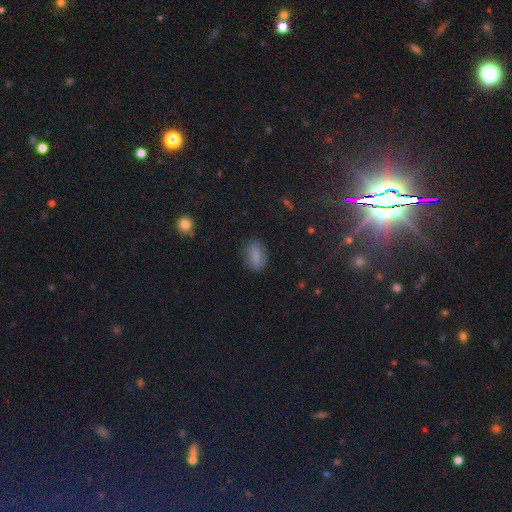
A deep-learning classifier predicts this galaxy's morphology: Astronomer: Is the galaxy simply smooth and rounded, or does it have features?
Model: smooth — 73%.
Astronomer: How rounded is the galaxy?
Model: in between — 80%.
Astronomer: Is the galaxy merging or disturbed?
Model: none — 79%.